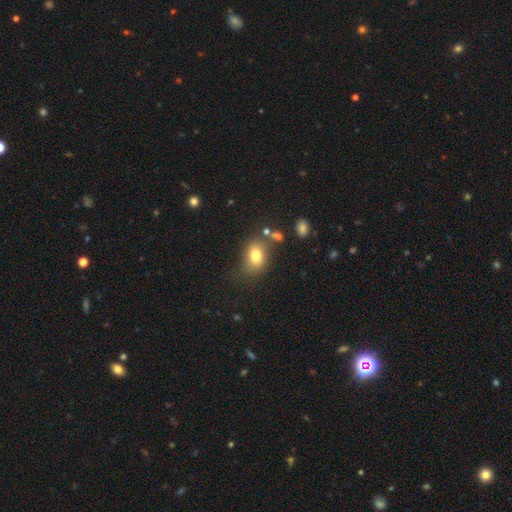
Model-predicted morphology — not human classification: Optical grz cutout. It shows a smooth galaxy with no disk features (77%) that is in between round and cigar-shaped (70%). Merging: none (66%).